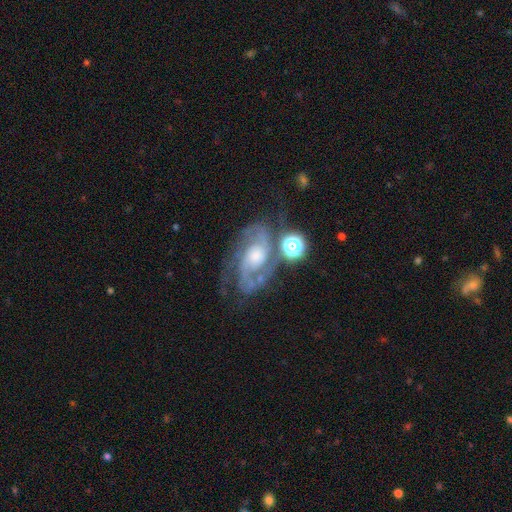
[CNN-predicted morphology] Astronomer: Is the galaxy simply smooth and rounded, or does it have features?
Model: featured or disk — 87%.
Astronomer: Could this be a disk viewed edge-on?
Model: no — 97%.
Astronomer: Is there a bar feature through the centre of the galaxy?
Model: no — 62%.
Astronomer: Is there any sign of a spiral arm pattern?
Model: yes — 97%.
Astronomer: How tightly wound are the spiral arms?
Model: medium — 51% (runner-up: tight, 36%).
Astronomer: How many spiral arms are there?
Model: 2 — 76%.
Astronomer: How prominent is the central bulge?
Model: moderate — 48% (runner-up: small, 34%).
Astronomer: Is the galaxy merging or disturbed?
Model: none — 58%.